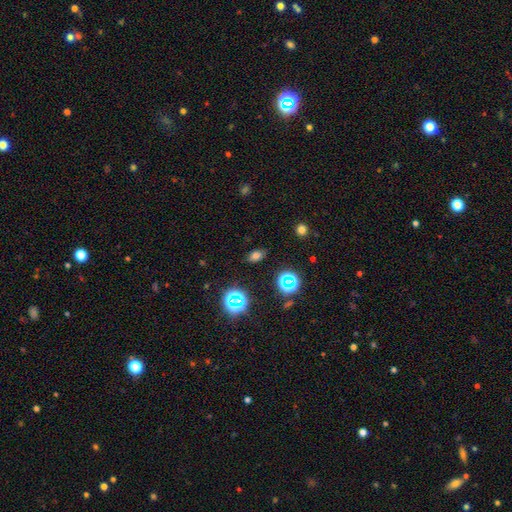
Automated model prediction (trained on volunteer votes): A smooth galaxy with no disk features (69%) that is in between round and cigar-shaped (83%).

Vote fractions:
- Smooth or featured? smooth: 69% / star or artifact: 23% / featured or disk: 8%
- How rounded? in between: 83% / round: 15% / cigar-shaped: 3%
- Merging? none: 85% / minor disturbance: 10% / major disturbance: 3% / merger: 2%